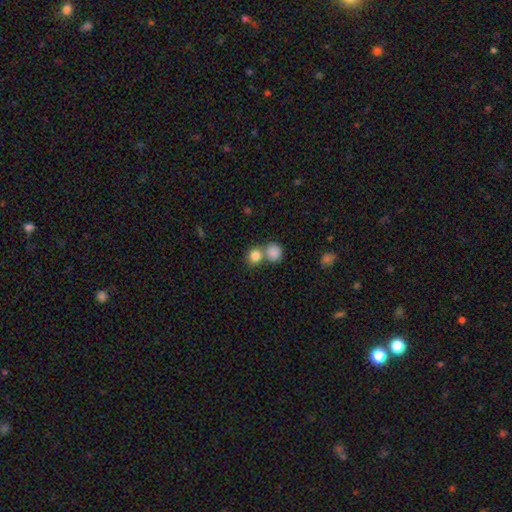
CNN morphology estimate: Smooth or featured: smooth — 84% (star or artifact — 10%)
How rounded: round — 83% (in between — 16%)
Merging: none — 51% (merger — 40%)